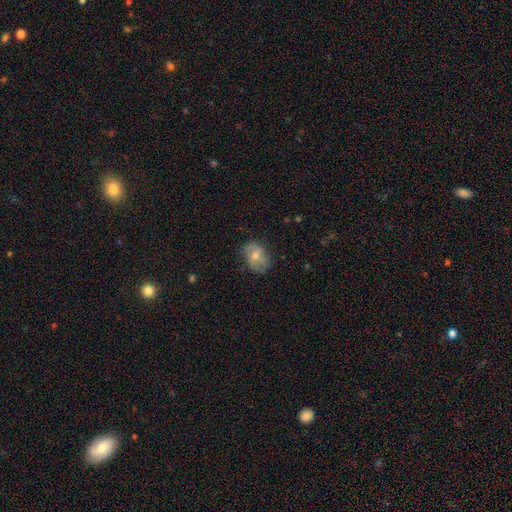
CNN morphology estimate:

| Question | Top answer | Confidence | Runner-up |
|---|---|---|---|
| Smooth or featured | smooth | 59% | featured or disk (33%) |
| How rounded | in between | 72% | round (26%) |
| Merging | none | 65% | minor disturbance (25%) |